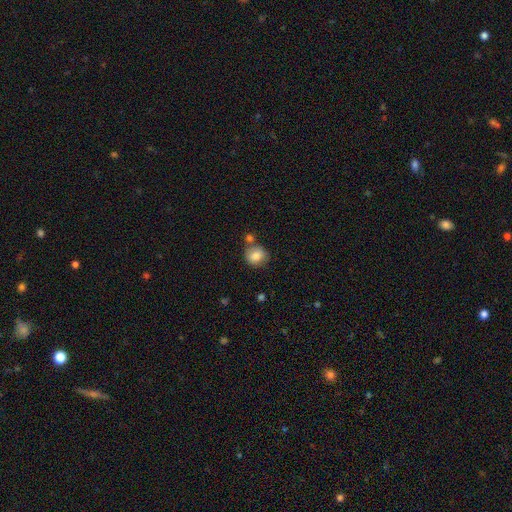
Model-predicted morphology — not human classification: Smooth or featured?
  - smooth: 82% *
  - featured or disk: 10%
  - star or artifact: 9%
How rounded?
  - round: 77% *
  - in between: 22%
  - cigar-shaped: 1%
Merging?
  - none: 62% *
  - merger: 19%
  - minor disturbance: 15%
  - major disturbance: 4%